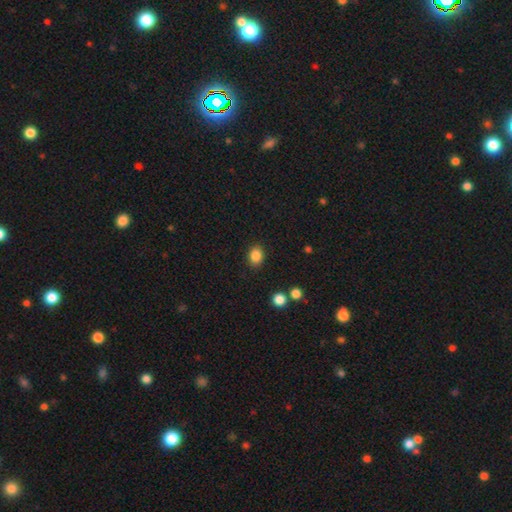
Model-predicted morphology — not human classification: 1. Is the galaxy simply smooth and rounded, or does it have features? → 86% smooth, 10% star or artifact, 5% featured or disk.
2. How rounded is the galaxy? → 58% in between, 41% round, 1% cigar-shaped.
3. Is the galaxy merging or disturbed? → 87% none, 9% minor disturbance, 2% major disturbance, 2% merger.